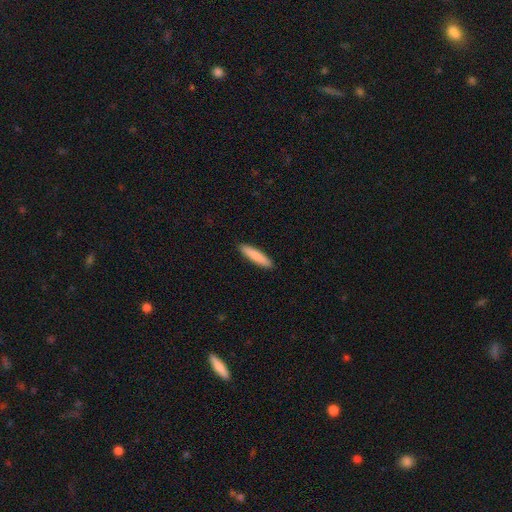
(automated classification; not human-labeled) Smooth or featured?
  - smooth: 85% *
  - featured or disk: 10%
  - star or artifact: 5%
How rounded?
  - cigar-shaped: 86% *
  - in between: 13%
  - round: 1%
Merging?
  - none: 91% *
  - minor disturbance: 6%
  - major disturbance: 1%
  - merger: 1%